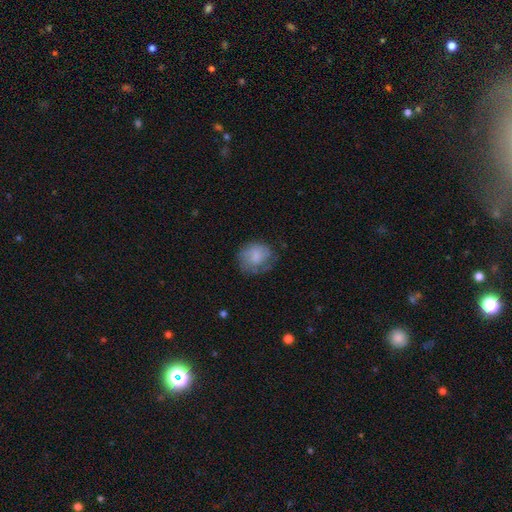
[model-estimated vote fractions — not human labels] The model was most divided on "merging": none: 61%, minor disturbance: 25%, major disturbance: 13%, merger: 1%. More confident: how rounded — round (73%); smooth or featured — smooth (66%).